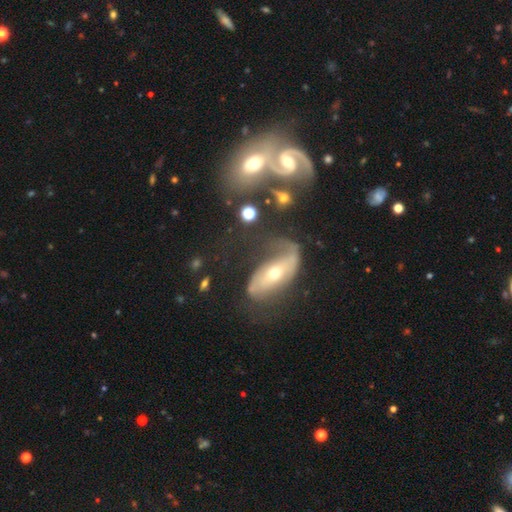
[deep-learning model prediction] Smooth or featured? Predicted: featured or disk (p=0.71). Edge-on disk? Predicted: no (p=0.91). Bar? Predicted: no (p=0.50). Spiral arms? Predicted: yes (p=0.80). Spiral winding? Predicted: loose (p=0.42). Spiral arm count? Predicted: 2 (p=0.67). Bulge size? Predicted: moderate (p=0.60). Merging? Predicted: none (p=0.38).